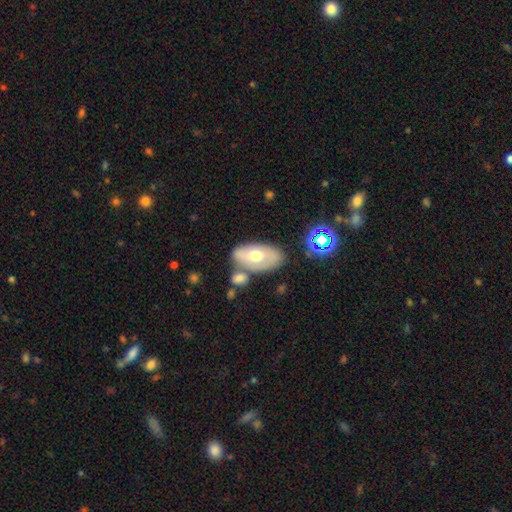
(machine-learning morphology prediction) This appears to be a smooth galaxy with no disk features (54%) that is in between round and cigar-shaped (92%). Merging: none (60%).